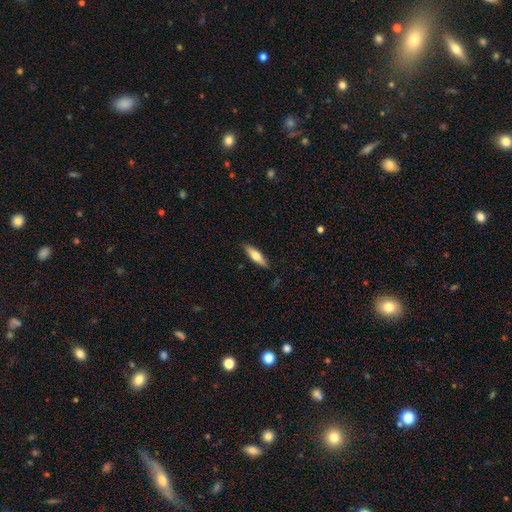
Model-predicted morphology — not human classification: The model was most divided on "smooth or featured": smooth: 58%, featured or disk: 37%, star or artifact: 6%. More confident: merging — none (86%); how rounded — cigar-shaped (68%).